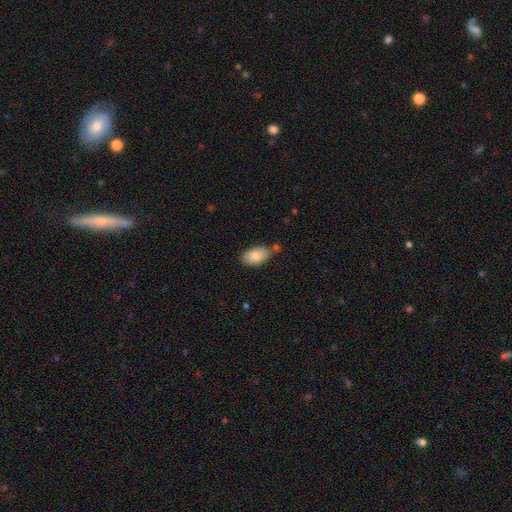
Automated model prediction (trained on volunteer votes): Smooth or featured? Predicted: smooth (p=0.82). How rounded? Predicted: in between (p=0.94). Merging? Predicted: none (p=0.73).